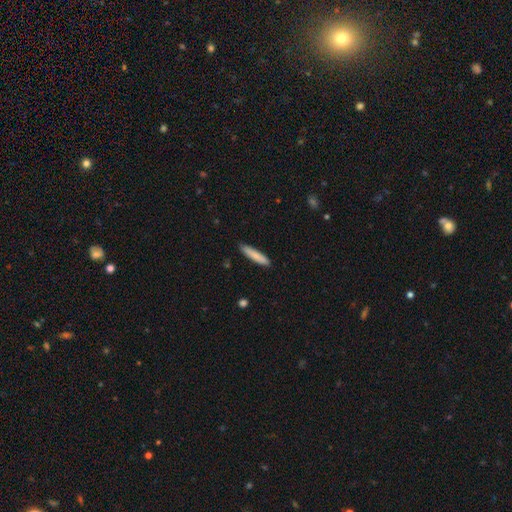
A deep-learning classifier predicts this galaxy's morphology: Overall: smooth (83%). How rounded: cigar-shaped (89%). Merging: none (89%).